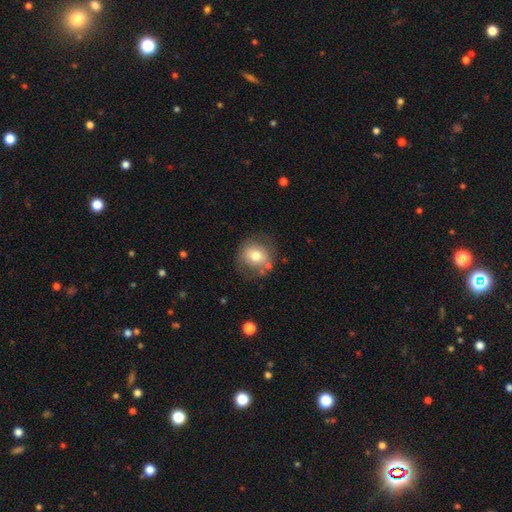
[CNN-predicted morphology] smooth_or_featured: smooth (p=0.69) [alt: featured or disk p=0.22]
how_rounded: round (p=0.80) [alt: in between p=0.19]
merging: none (p=0.71) [alt: minor disturbance p=0.17]